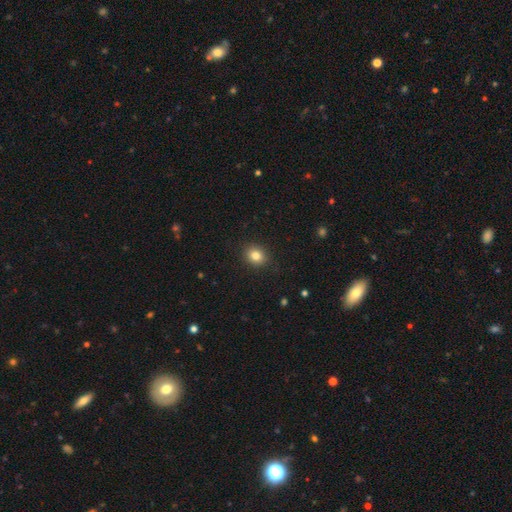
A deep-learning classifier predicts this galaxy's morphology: This is clearly a smooth galaxy (83%). How rounded: likely round (66%). Merging: clearly none (90%).